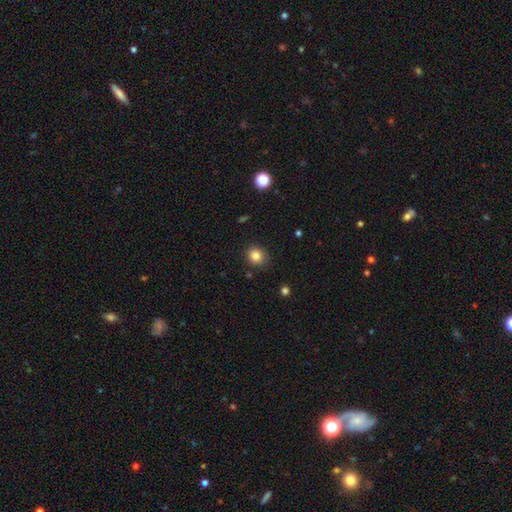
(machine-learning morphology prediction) Smooth or featured: smooth — 83% (star or artifact — 11%)
How rounded: round — 81% (in between — 18%)
Merging: none — 84% (minor disturbance — 11%)